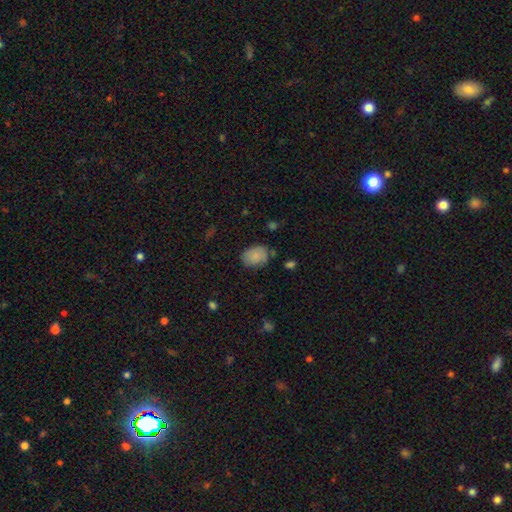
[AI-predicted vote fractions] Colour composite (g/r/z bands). It shows a smooth galaxy with no disk features (82%) that is in between round and cigar-shaped (75%). Merging: none (71%).